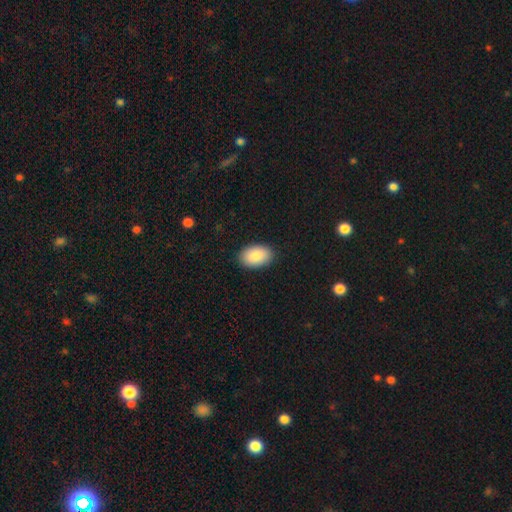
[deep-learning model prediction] A smooth galaxy with no disk features (87%) that is in between round and cigar-shaped (92%).

Vote fractions:
- Smooth or featured? smooth: 87% / featured or disk: 6% / star or artifact: 6%
- How rounded? in between: 92% / round: 7% / cigar-shaped: 1%
- Merging? none: 89% / minor disturbance: 8% / major disturbance: 2% / merger: 1%